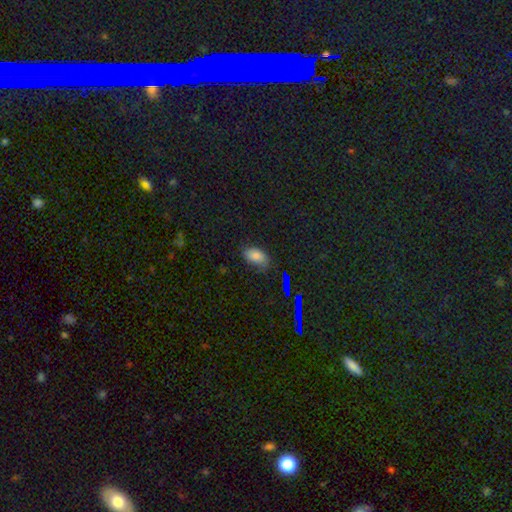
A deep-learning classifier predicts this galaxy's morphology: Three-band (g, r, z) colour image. It shows a smooth galaxy with no disk features (76%) that is in between round and cigar-shaped (91%). Merging: none (71%).